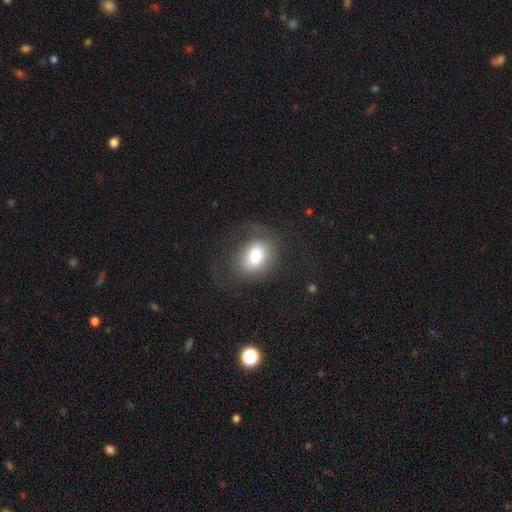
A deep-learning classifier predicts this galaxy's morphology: type=smooth (73%); roundness=in between (55%); merging=none (57%).